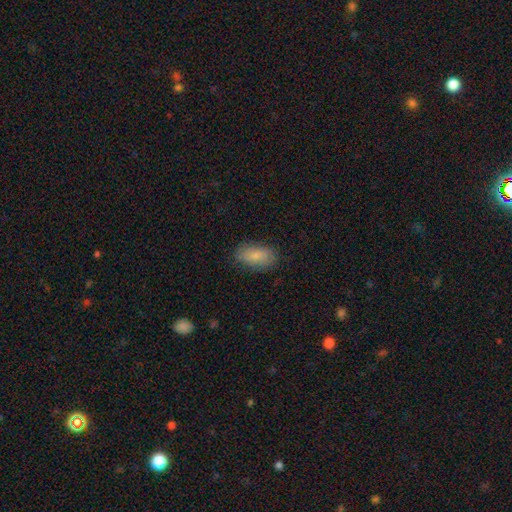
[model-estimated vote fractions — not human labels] smooth 79%, featured or disk 14%, star or artifact 6%. Down the decision tree: how rounded — in between (93%); merging — none (80%).